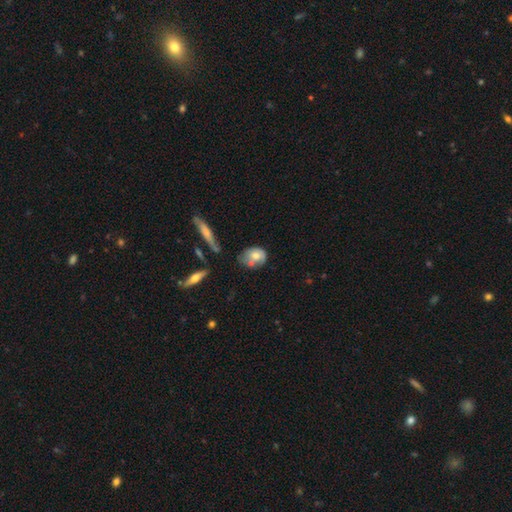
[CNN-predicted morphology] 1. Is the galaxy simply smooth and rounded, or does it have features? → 63% smooth, 30% featured or disk, 8% star or artifact.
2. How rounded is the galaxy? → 66% in between, 31% round, 3% cigar-shaped.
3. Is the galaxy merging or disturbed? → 36% none, 29% minor disturbance, 22% merger, 14% major disturbance.